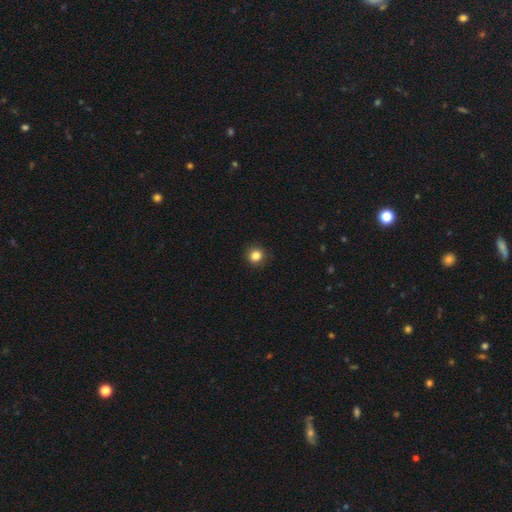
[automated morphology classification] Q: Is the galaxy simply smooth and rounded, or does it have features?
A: smooth — 85%.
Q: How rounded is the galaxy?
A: round — 91%.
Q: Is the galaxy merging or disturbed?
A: none — 91%.